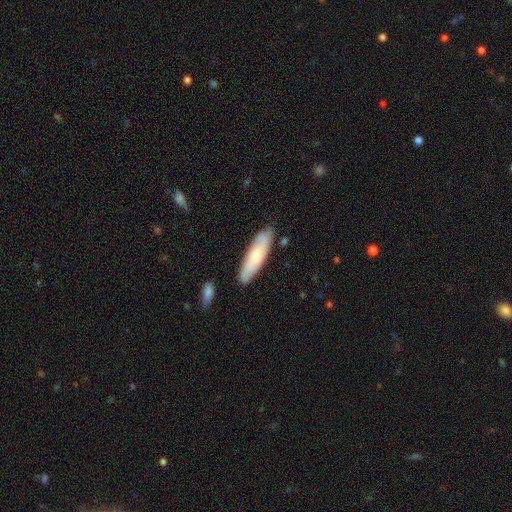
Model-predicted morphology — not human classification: The model was most divided on "how rounded": cigar-shaped: 61%, in between: 38%, round: 2%. More confident: merging — none (83%); smooth or featured — smooth (63%).